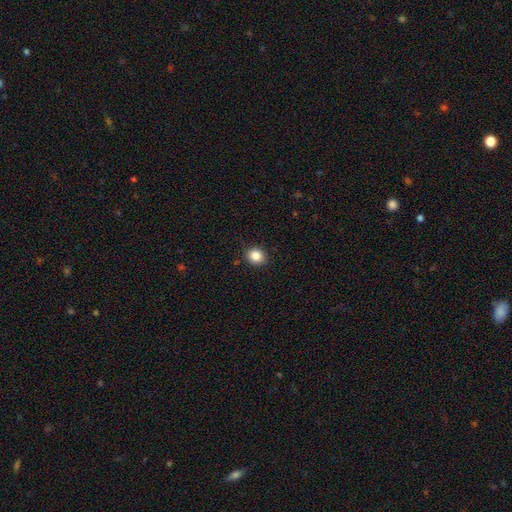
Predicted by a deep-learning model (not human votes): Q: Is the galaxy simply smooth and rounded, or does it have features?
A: smooth — 86%.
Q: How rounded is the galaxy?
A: round — 75%.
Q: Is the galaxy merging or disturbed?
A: none — 88%.